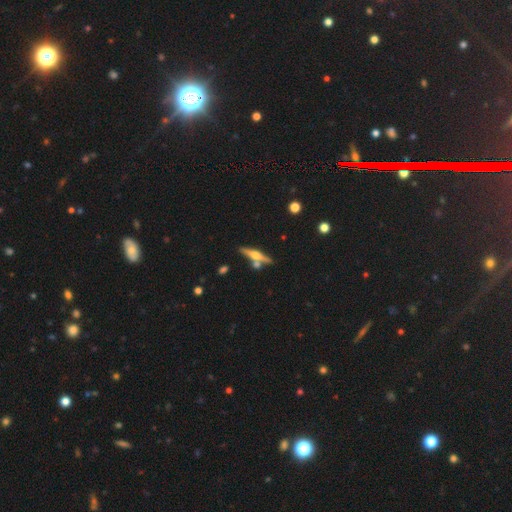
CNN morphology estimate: This appears to be a featured or disk galaxy (70%) viewed edge-on (96%) with a rounded central bulge (91%). Merging: none (72%).